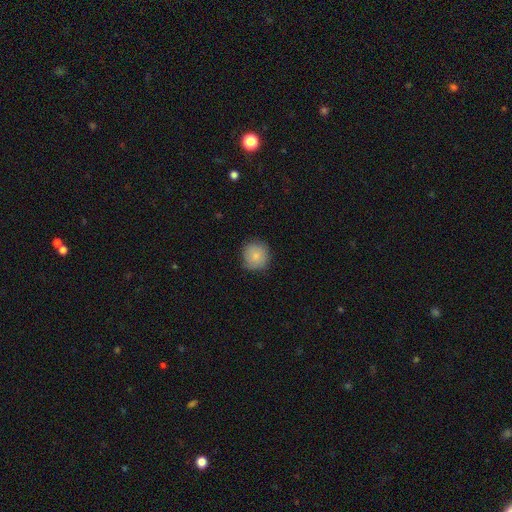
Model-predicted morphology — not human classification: Smooth or featured?
  - smooth: 83% *
  - featured or disk: 9%
  - star or artifact: 7%
How rounded?
  - round: 93% *
  - in between: 6%
  - cigar-shaped: 1%
Merging?
  - none: 82% *
  - minor disturbance: 14%
  - major disturbance: 3%
  - merger: 1%